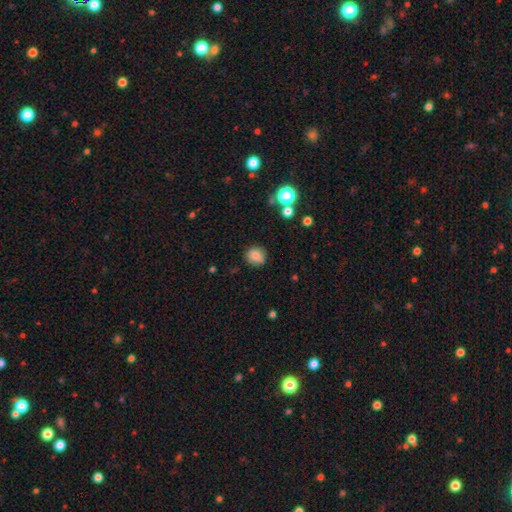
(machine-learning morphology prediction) Overall: smooth (83%). How rounded: round (83%). Merging: none (84%).